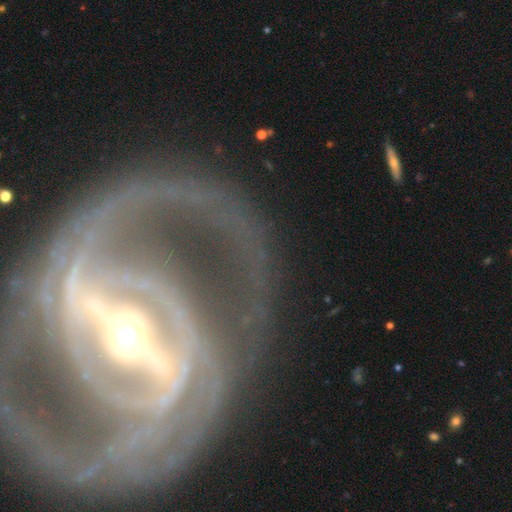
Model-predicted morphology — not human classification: Smooth or featured? Predicted: featured or disk (p=0.88). Edge-on disk? Predicted: no (p=0.93). Bar? Predicted: strong (p=0.73). Spiral arms? Predicted: yes (p=0.85). Spiral winding? Predicted: tight (p=0.48). Spiral arm count? Predicted: 2 (p=0.53). Bulge size? Predicted: moderate (p=0.57). Merging? Predicted: none (p=0.66).